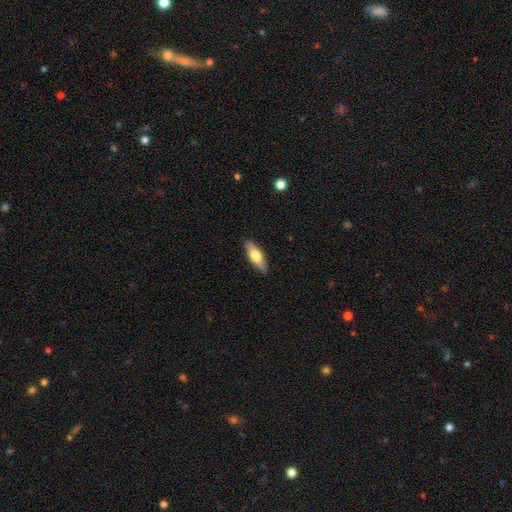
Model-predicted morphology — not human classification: This is likely a smooth galaxy (62%). How rounded: likely in between (60%). Merging: clearly none (88%).